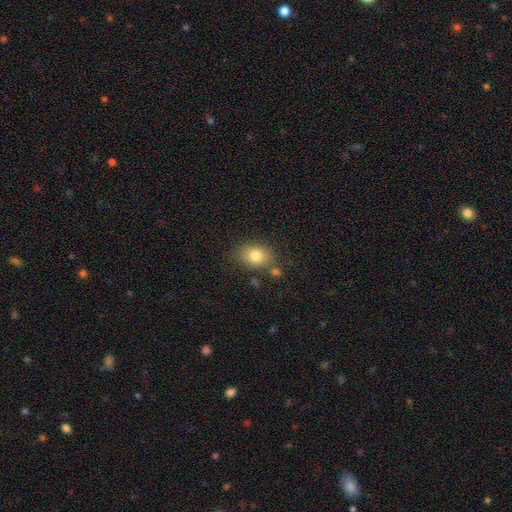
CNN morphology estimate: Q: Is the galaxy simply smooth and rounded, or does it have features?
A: smooth — 80%.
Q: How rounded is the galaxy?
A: in between — 74%.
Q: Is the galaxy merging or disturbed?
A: none — 75%.